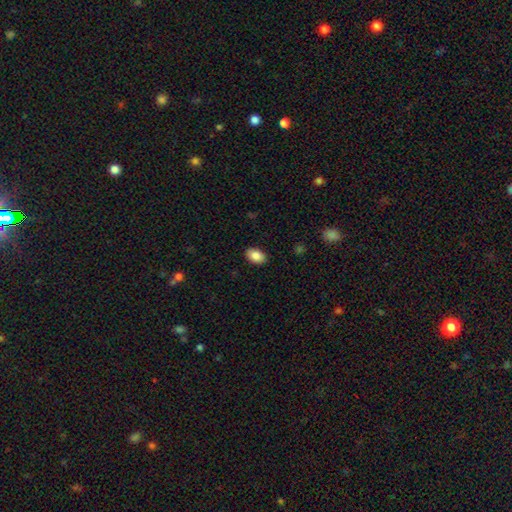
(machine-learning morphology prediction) A smooth galaxy with no disk features (86%) that is in between round and cigar-shaped (88%).

Vote fractions:
- Smooth or featured? smooth: 86% / star or artifact: 7% / featured or disk: 7%
- How rounded? in between: 88% / round: 11% / cigar-shaped: 1%
- Merging? none: 89% / minor disturbance: 9% / major disturbance: 2% / merger: 1%